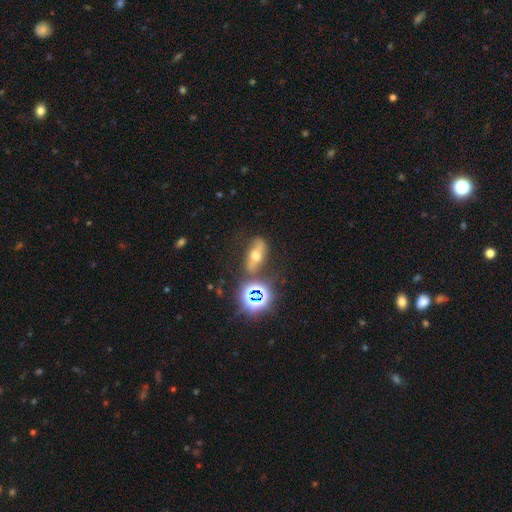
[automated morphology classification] Smooth or featured: featured or disk — 39% (smooth — 36%)
Merging: none — 70% (minor disturbance — 16%)